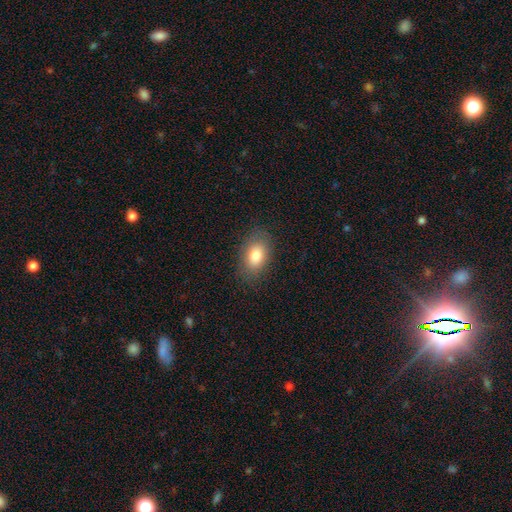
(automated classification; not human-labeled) Morphology: type=smooth (81%); roundness=in between (88%); merging=none (84%).